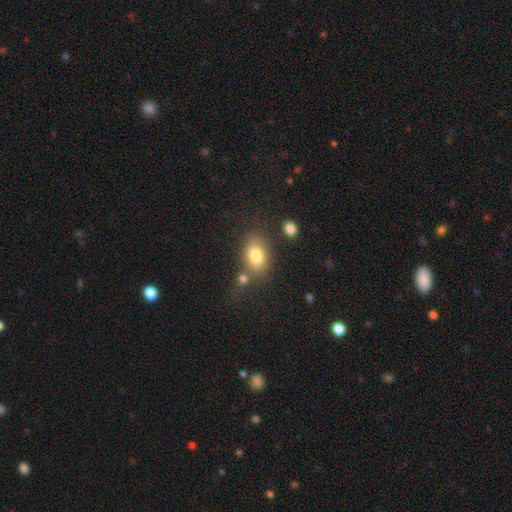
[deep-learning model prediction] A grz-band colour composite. It shows a smooth galaxy with no disk features (79%) that is in between round and cigar-shaped (81%). Merging: none (64%).